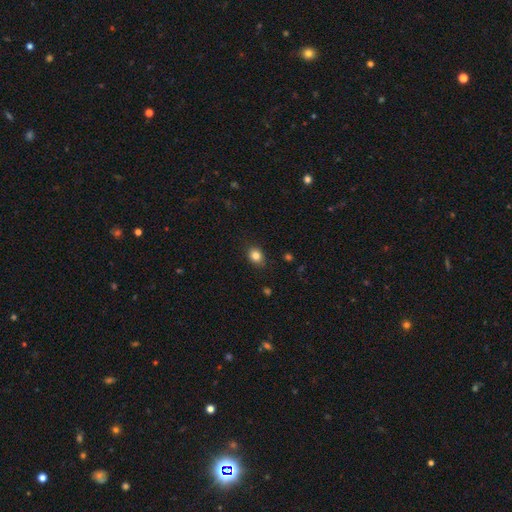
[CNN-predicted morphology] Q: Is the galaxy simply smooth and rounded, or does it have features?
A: smooth — 84%.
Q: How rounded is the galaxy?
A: round — 55%.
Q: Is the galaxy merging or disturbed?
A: none — 86%.